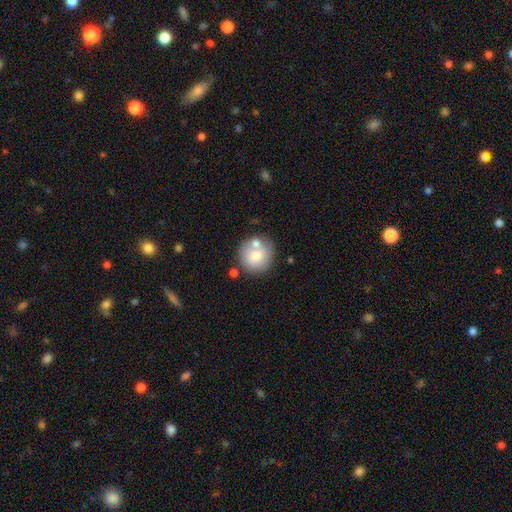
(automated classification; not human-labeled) smooth 70%, featured or disk 22%, star or artifact 8%. Down the decision tree: how rounded — round (93%); merging — none (65%).